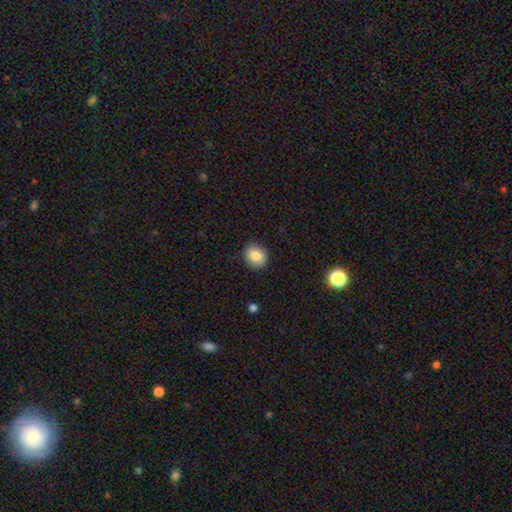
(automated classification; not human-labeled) smooth-or-featured: smooth: 84% | star or artifact: 9% | featured or disk: 7%
  how-rounded: round: 74% | in between: 25% | cigar-shaped: 1%
  merging: none: 89% | minor disturbance: 8% | major disturbance: 2% | merger: 1%